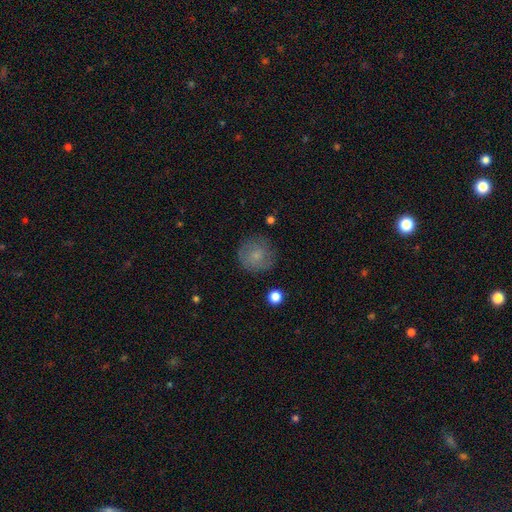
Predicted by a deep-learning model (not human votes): This is likely a smooth galaxy (73%). How rounded: clearly round (91%). Merging: likely none (76%).